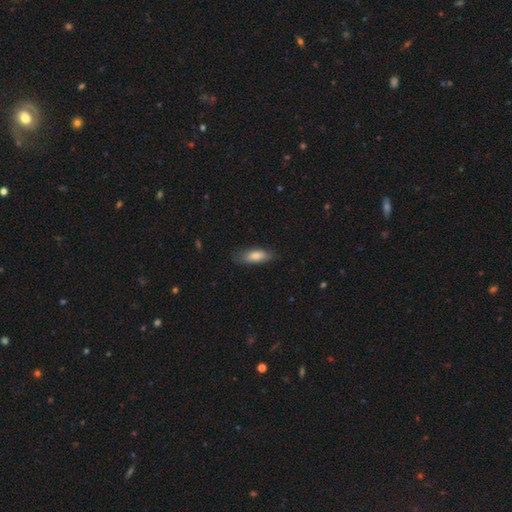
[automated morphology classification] Smooth or featured: smooth — 78% (featured or disk — 16%)
How rounded: in between — 66% (cigar-shaped — 32%)
Merging: none — 78% (minor disturbance — 17%)